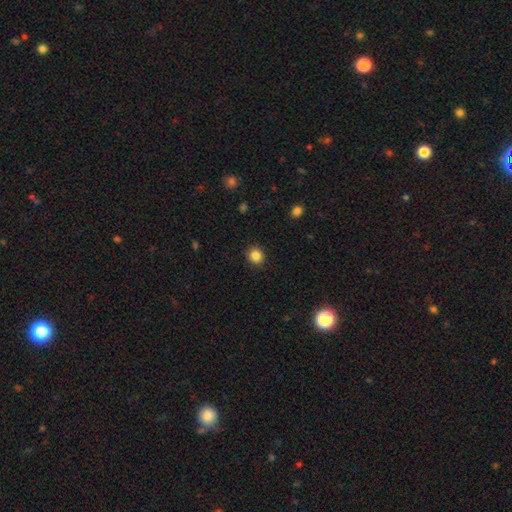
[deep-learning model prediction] The model was most divided on "how rounded": round: 86%, in between: 13%, cigar-shaped: 1%. More confident: merging — none (90%); smooth or featured — smooth (85%).